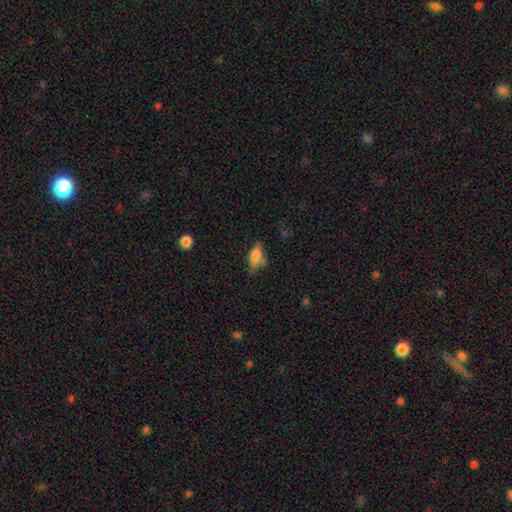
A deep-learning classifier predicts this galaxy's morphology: A smooth galaxy with no disk features (74%) that is in between round and cigar-shaped (75%). Merging: none (51%).